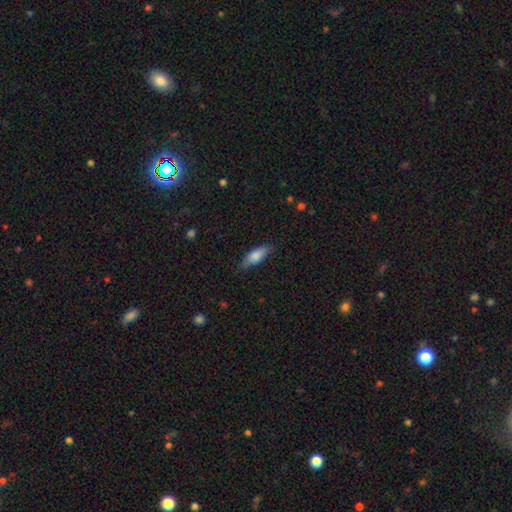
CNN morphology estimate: smooth 78%, featured or disk 15%, star or artifact 6%. Down the decision tree: how rounded — in between (67%); merging — none (76%).